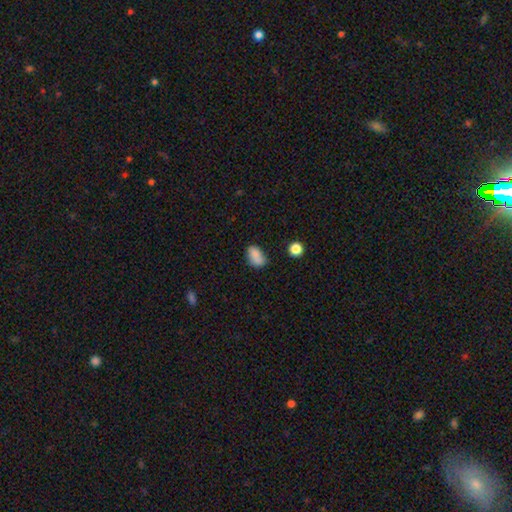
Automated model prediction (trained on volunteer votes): Morphology: type=smooth (82%); roundness=in between (86%); merging=none (58%).